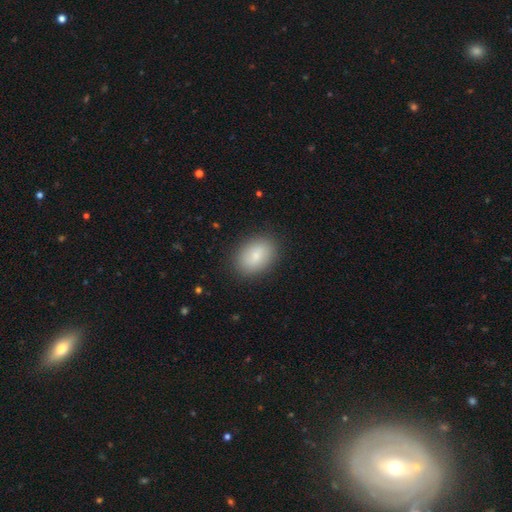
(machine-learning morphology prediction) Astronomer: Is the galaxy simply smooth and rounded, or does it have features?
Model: smooth — 80%.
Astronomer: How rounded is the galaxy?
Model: in between — 82%.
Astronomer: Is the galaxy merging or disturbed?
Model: none — 87%.